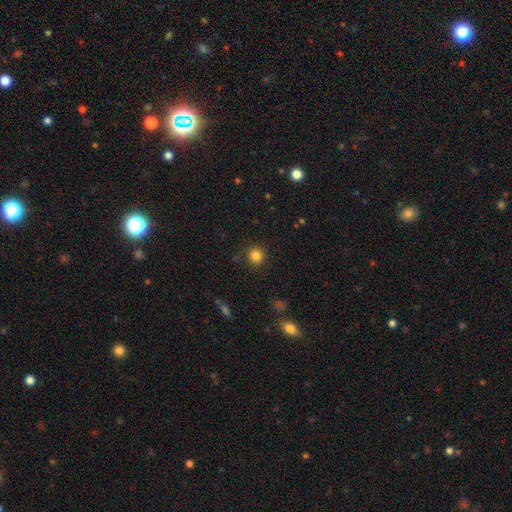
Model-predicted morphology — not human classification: Smooth or featured? Predicted: smooth (p=0.84). How rounded? Predicted: round (p=0.92). Merging? Predicted: none (p=0.89).